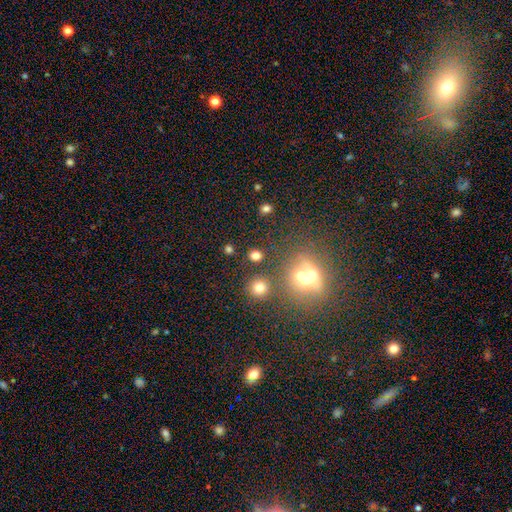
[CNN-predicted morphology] The model was most divided on "smooth or featured": smooth: 73%, star or artifact: 19%, featured or disk: 8%. More confident: how rounded — round (78%); merging — none (77%).